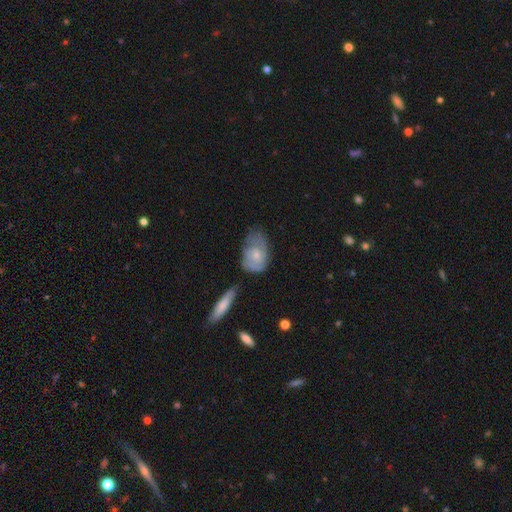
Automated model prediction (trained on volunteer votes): Overall: featured or disk (62%; smooth 32%). Edge-on disk: no (94%). Bar: no (66%; weak 30%). Spiral arms: yes (85%). Bulge size: small (56%; moderate 36%). Merging: none (53%; minor disturbance 29%).